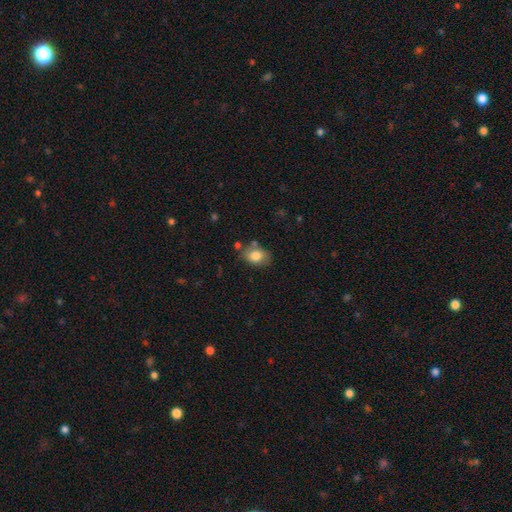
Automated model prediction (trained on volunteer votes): Q: Smooth or featured?
A: smooth (80%); runner-up: featured or disk (12%)
Q: How rounded?
A: in between (74%); runner-up: round (25%)
Q: Merging?
A: none (69%); runner-up: minor disturbance (19%)